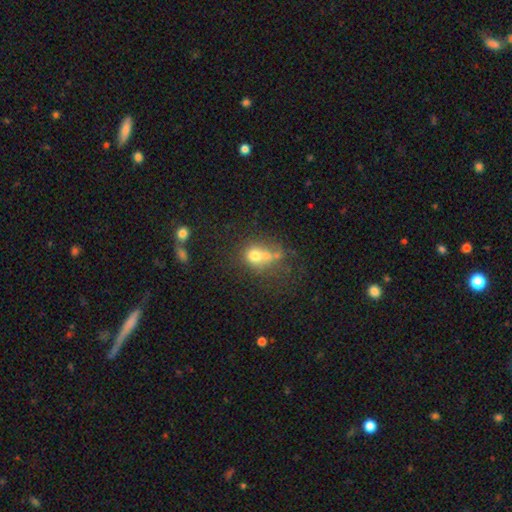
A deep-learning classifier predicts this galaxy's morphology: Q: Smooth or featured?
A: smooth (64%); runner-up: featured or disk (21%)
Q: How rounded?
A: round (70%); runner-up: in between (29%)
Q: Merging?
A: merger (48%); runner-up: none (32%)